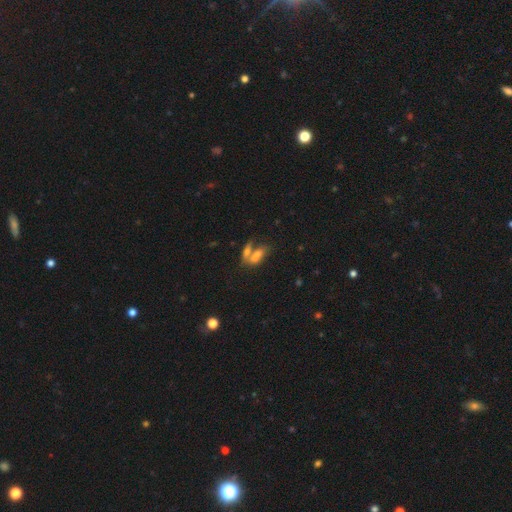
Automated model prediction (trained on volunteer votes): Morphology: type=smooth (65%); roundness=in between (70%); merging=merger (54%).